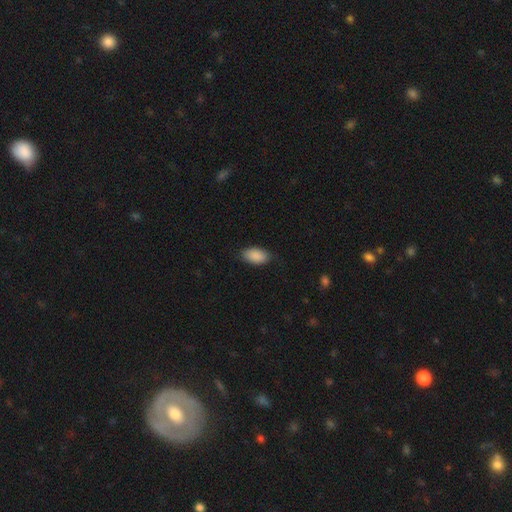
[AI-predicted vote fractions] This is clearly a smooth galaxy (90%). How rounded: clearly in between (94%). Merging: clearly none (82%).